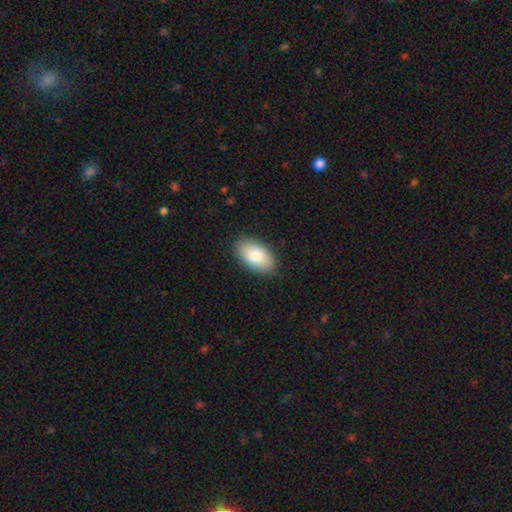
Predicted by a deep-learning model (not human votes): smooth-or-featured: smooth: 82% | featured or disk: 12% | star or artifact: 6%
  how-rounded: in between: 95% | round: 4% | cigar-shaped: 2%
  merging: none: 88% | minor disturbance: 9% | major disturbance: 2% | merger: 1%